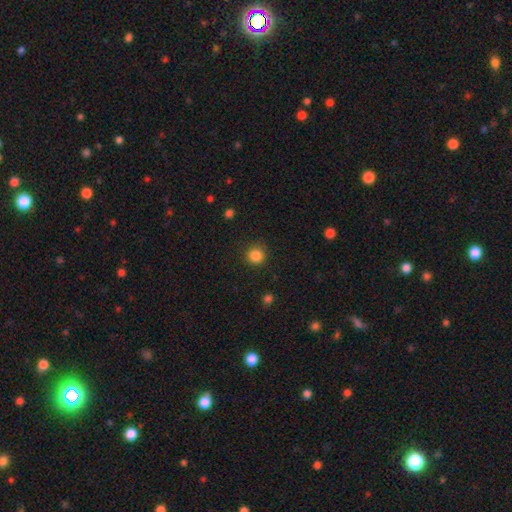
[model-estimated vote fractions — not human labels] Morphology: type=smooth (85%); roundness=round (94%); merging=none (87%).